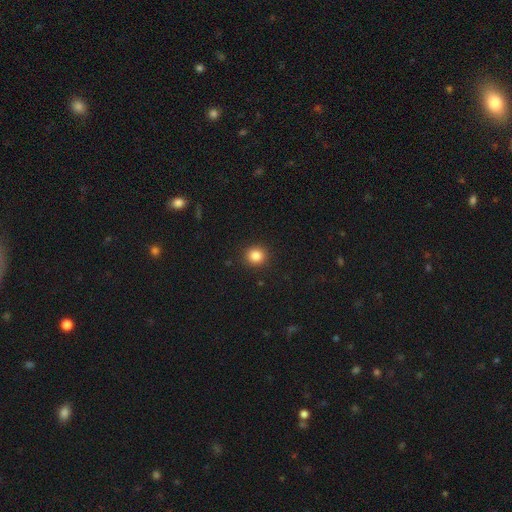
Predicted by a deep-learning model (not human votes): This is clearly a smooth galaxy (84%). How rounded: clearly round (90%). Merging: clearly none (92%).